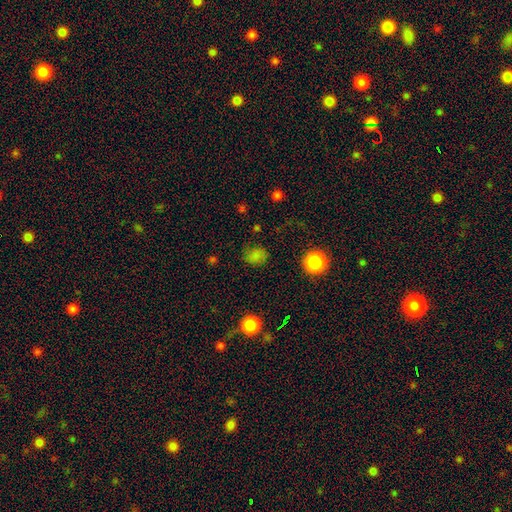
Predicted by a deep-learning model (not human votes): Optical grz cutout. It shows a smooth galaxy with no disk features (75%) that is round (69%). Merging: none (77%).